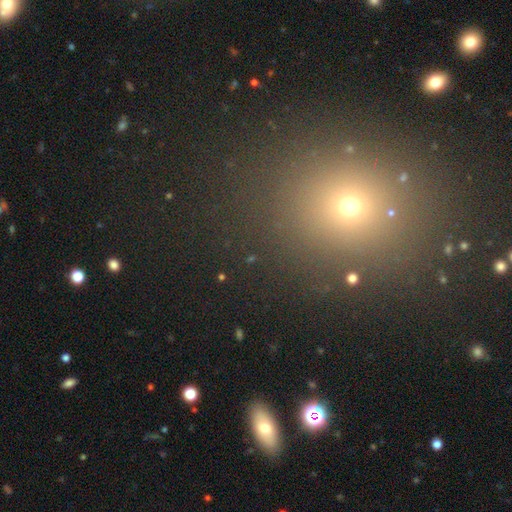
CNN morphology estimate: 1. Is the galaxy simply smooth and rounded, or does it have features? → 54% smooth, 37% star or artifact, 9% featured or disk.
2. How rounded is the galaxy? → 71% round, 27% in between, 2% cigar-shaped.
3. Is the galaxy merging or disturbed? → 86% none, 7% minor disturbance, 4% major disturbance, 3% merger.